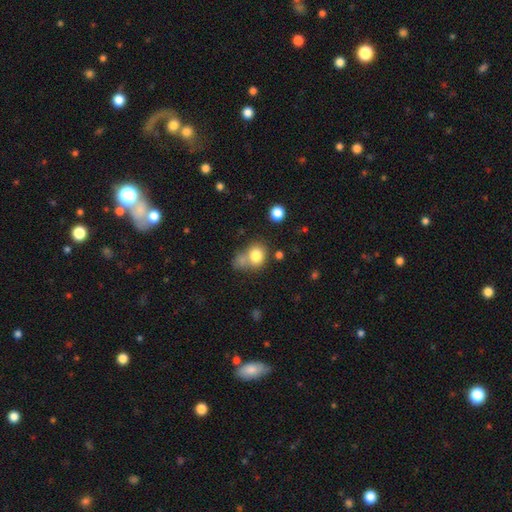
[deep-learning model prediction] A smooth galaxy with no disk features (79%) that is round (61%). Merging: none (42%).